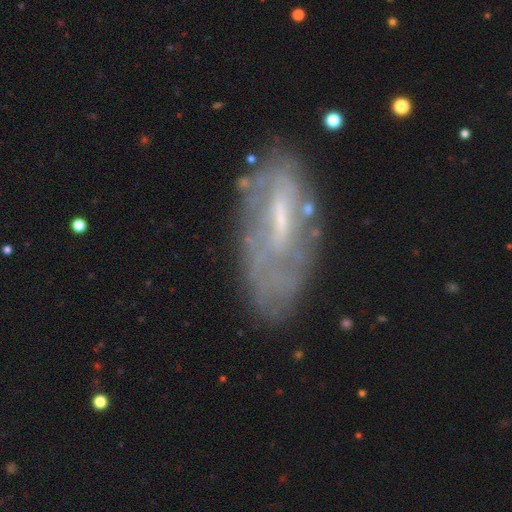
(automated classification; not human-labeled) Morphology: type=featured or disk (65%); edge-on=no (85%); bar=weak (44%); spiral arms=yes (55%); bulge=small (44%); merging=none (67%).